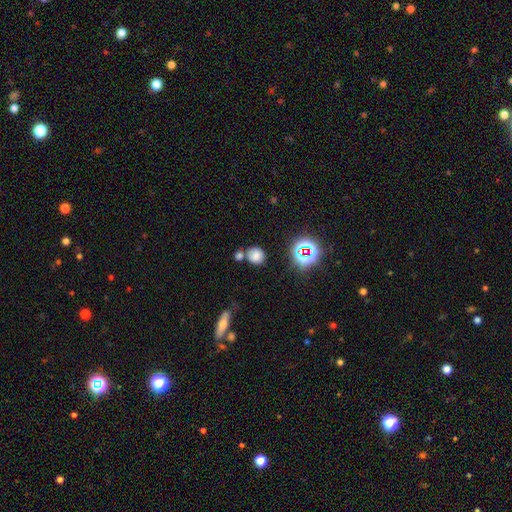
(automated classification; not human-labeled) Q: Smooth or featured?
A: smooth (73%); runner-up: star or artifact (19%)
Q: How rounded?
A: round (78%); runner-up: in between (20%)
Q: Merging?
A: none (64%); runner-up: merger (21%)